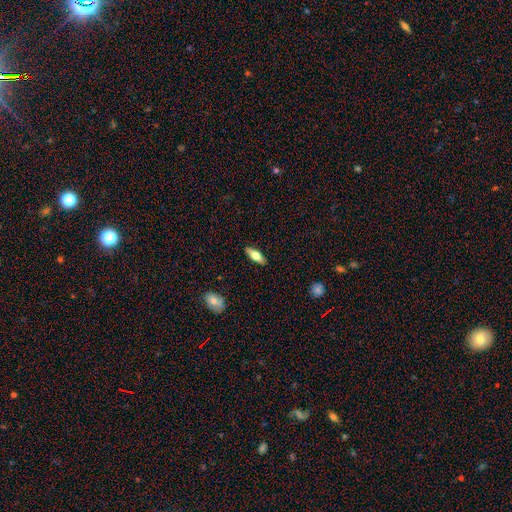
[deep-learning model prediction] smooth-or-featured: smooth: 60% | featured or disk: 33% | star or artifact: 6%
  how-rounded: in between: 63% | cigar-shaped: 35% | round: 3%
  merging: none: 89% | minor disturbance: 8% | major disturbance: 2% | merger: 1%